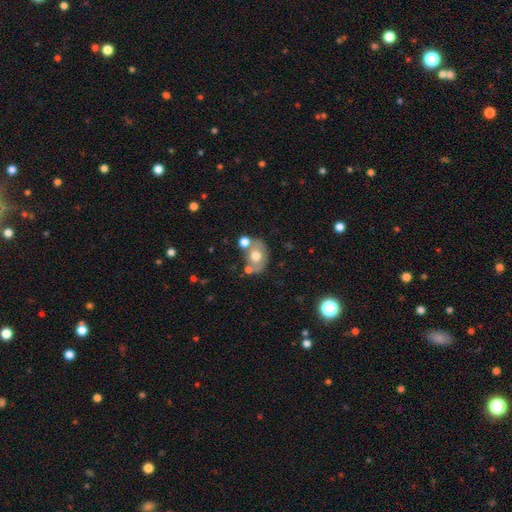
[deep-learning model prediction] Smooth or featured? Predicted: smooth (p=0.58). How rounded? Predicted: in between (p=0.60). Merging? Predicted: none (p=0.53).